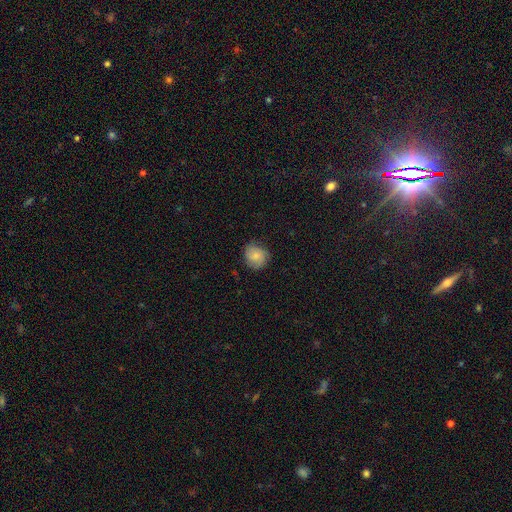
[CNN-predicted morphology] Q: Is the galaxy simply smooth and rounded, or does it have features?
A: smooth — 75%.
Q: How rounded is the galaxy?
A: round — 78%.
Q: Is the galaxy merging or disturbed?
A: none — 76%.